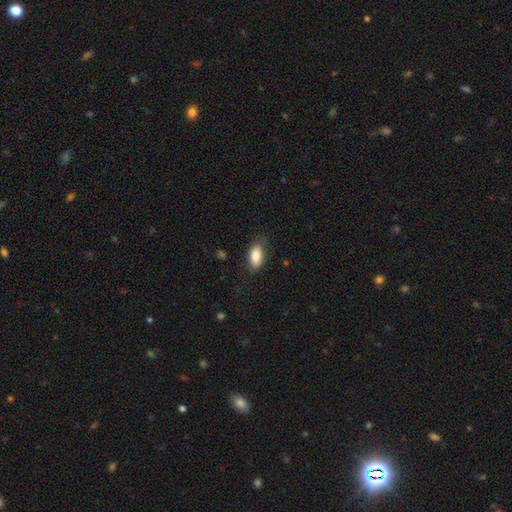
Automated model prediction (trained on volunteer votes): Smooth or featured? Predicted: smooth (p=0.83). How rounded? Predicted: in between (p=0.90). Merging? Predicted: none (p=0.75).